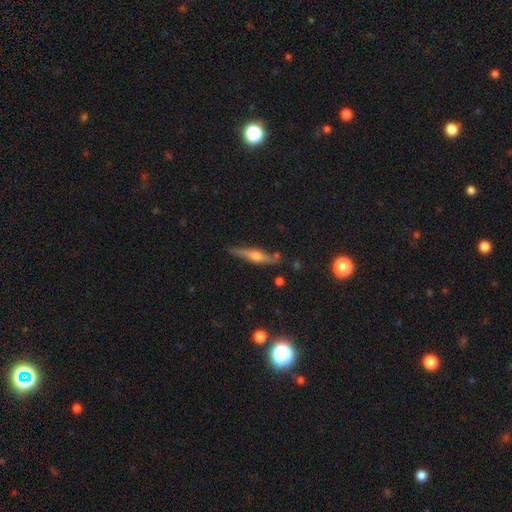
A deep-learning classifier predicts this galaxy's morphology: Overall: featured or disk (69%). Edge-on disk: yes (95%). Edge-on bulge: rounded (89%). Merging: none (80%).